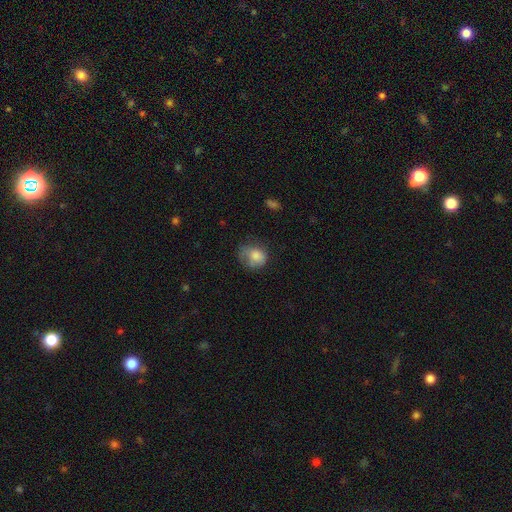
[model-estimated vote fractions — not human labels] Q: Smooth or featured?
A: smooth (75%); runner-up: featured or disk (16%)
Q: How rounded?
A: round (60%); runner-up: in between (39%)
Q: Merging?
A: none (40%); runner-up: minor disturbance (32%)